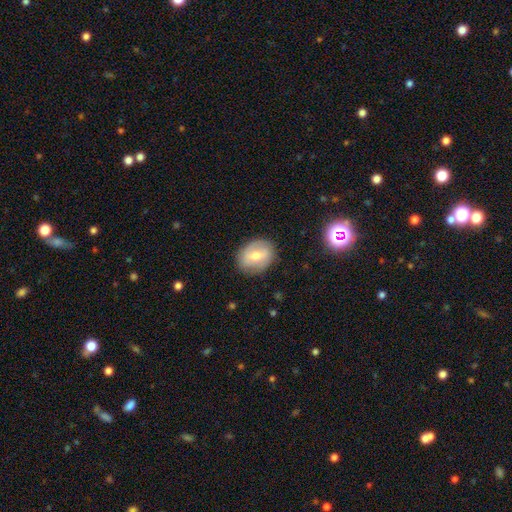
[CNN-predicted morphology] Smooth or featured? smooth (50%)
Merging? none (83%)